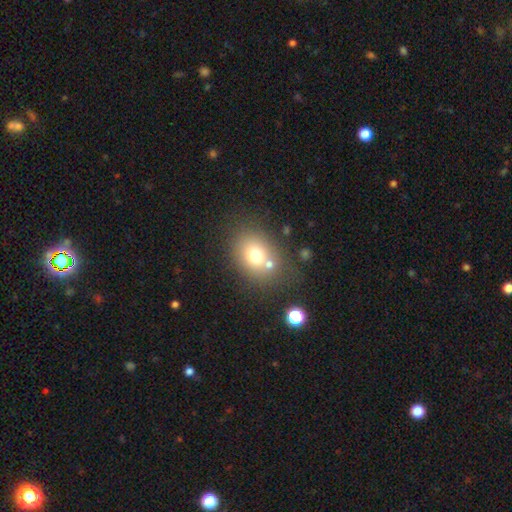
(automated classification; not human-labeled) Q: Smooth or featured?
A: smooth (71%); runner-up: featured or disk (15%)
Q: How rounded?
A: round (53%); runner-up: in between (46%)
Q: Merging?
A: none (62%); runner-up: merger (20%)